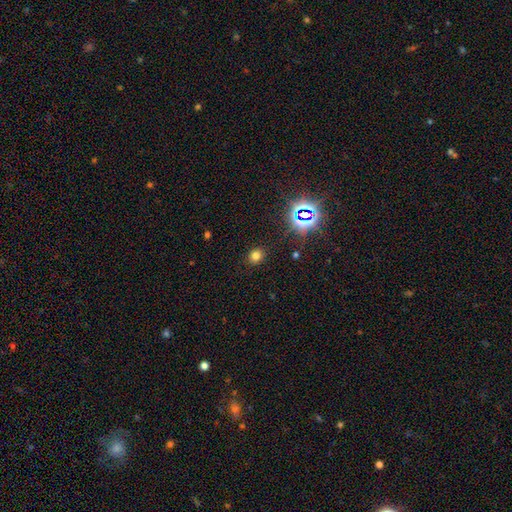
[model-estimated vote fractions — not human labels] Overall: smooth (72%). How rounded: round (74%). Merging: none (88%).